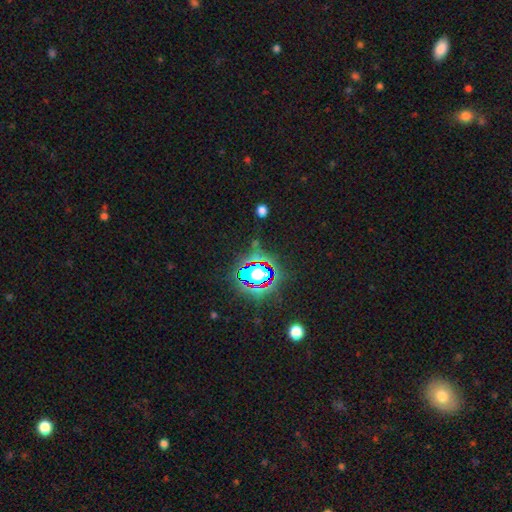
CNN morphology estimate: type=star or artifact (81%).